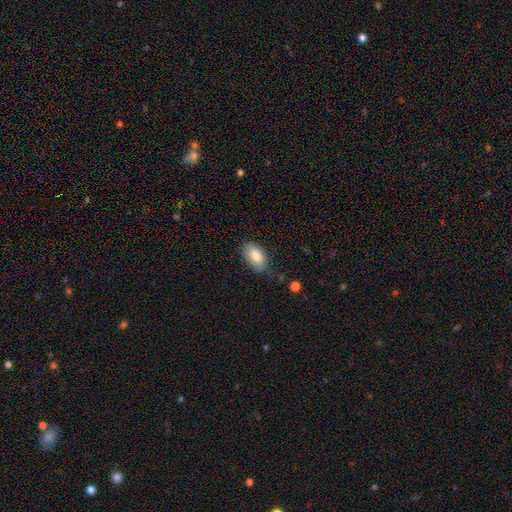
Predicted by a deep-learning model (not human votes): Smooth or featured?
  - smooth: 85% *
  - featured or disk: 8%
  - star or artifact: 7%
How rounded?
  - in between: 93% *
  - round: 5%
  - cigar-shaped: 2%
Merging?
  - none: 72% *
  - minor disturbance: 22%
  - major disturbance: 4%
  - merger: 2%